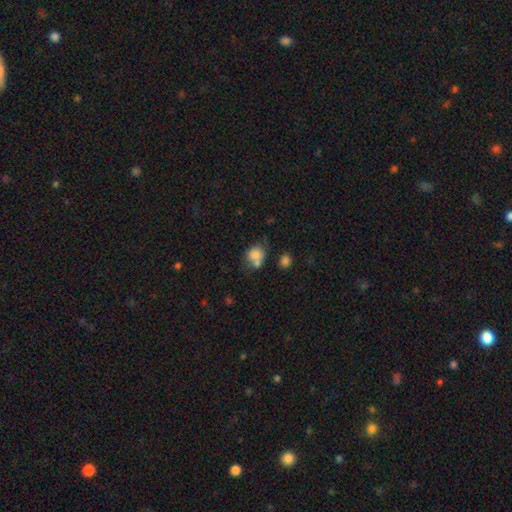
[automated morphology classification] The model was most divided on "merging": none: 44%, merger: 32%, minor disturbance: 17%, major disturbance: 7%. More confident: smooth or featured — smooth (79%); how rounded — round (66%).